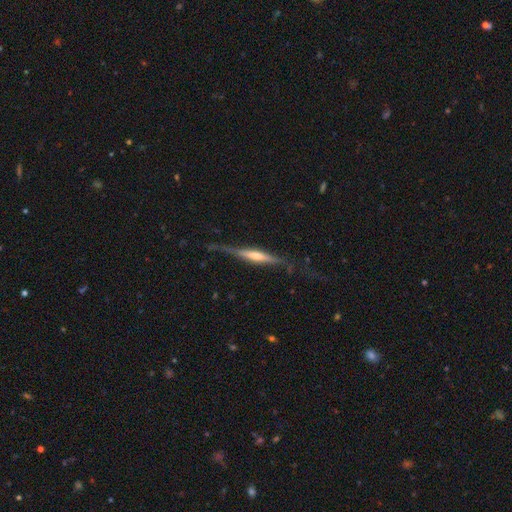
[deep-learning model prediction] smooth-or-featured: featured or disk: 74% | smooth: 20% | star or artifact: 6%
  disk-edge-on: yes: 95% | no: 5%
    edge-on-bulge: rounded: 61% | boxy: 21% | none: 18%
  merging: none: 68% | minor disturbance: 21% | major disturbance: 9% | merger: 2%